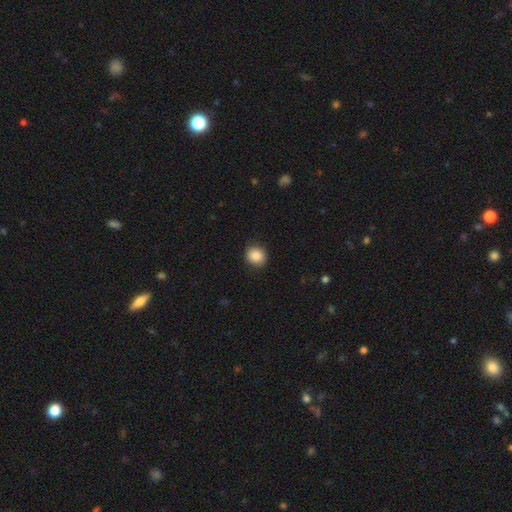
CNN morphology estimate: A smooth galaxy with no disk features (86%) that is round (87%).

Vote fractions:
- Smooth or featured? smooth: 86% / star or artifact: 9% / featured or disk: 4%
- How rounded? round: 87% / in between: 12% / cigar-shaped: 1%
- Merging? none: 91% / minor disturbance: 6% / major disturbance: 2% / merger: 1%